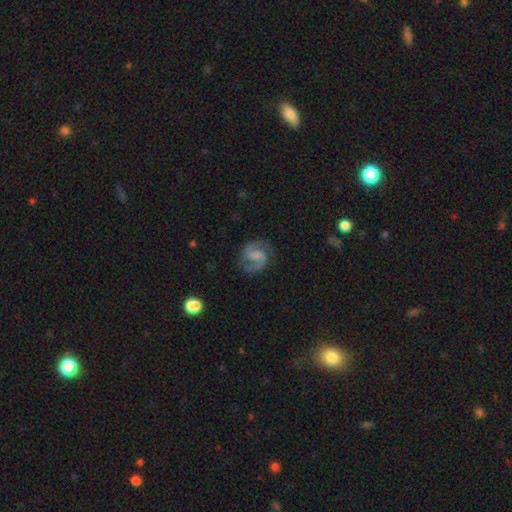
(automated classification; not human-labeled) Morphology: type=featured or disk (89%); edge-on=no (98%); bar=weak (51%); spiral arms=yes (98%); winding=medium (62%); arm count=2 (94%); bulge=small (47%); merging=none (81%).